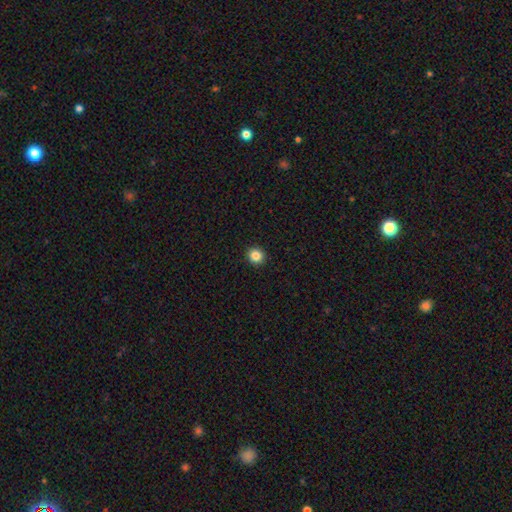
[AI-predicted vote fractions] The model was most divided on "smooth or featured": smooth: 85%, star or artifact: 11%, featured or disk: 4%. More confident: merging — none (93%); how rounded — round (90%).